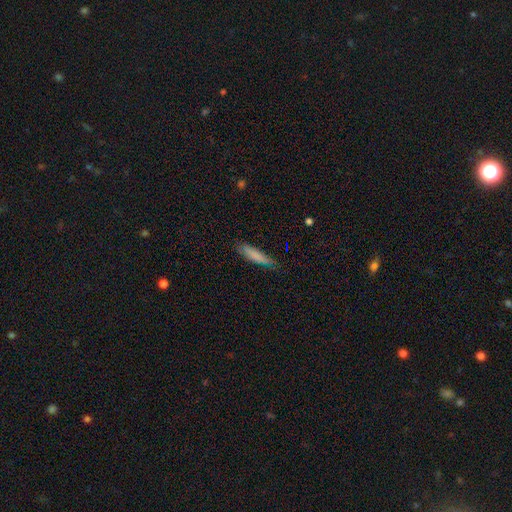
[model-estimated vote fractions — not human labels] smooth_or_featured: smooth (p=0.79) [alt: featured or disk p=0.14]
how_rounded: cigar-shaped (p=0.79) [alt: in between p=0.19]
merging: none (p=0.69) [alt: minor disturbance p=0.24]